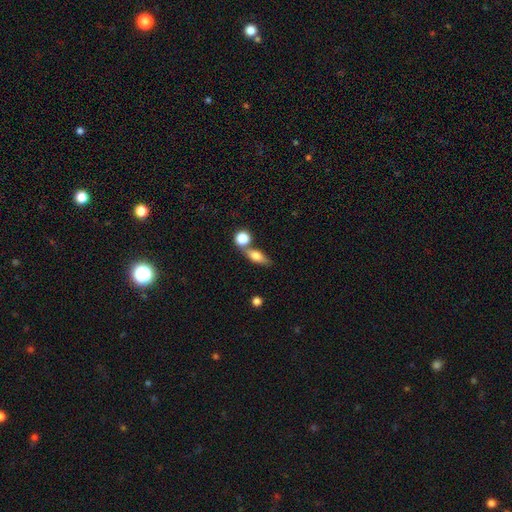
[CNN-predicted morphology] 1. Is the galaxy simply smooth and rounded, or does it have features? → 63% smooth, 29% featured or disk, 8% star or artifact.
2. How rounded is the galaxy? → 56% in between, 27% cigar-shaped, 16% round.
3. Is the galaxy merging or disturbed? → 54% none, 30% merger, 11% minor disturbance, 5% major disturbance.